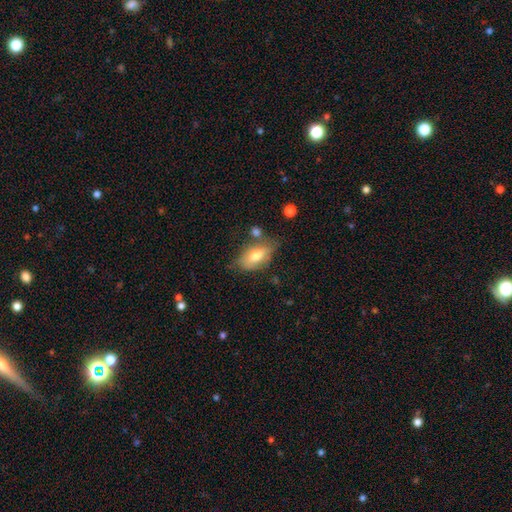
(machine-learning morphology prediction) Smooth or featured? smooth (66%)
How rounded? in between (87%)
Merging? none (59%)